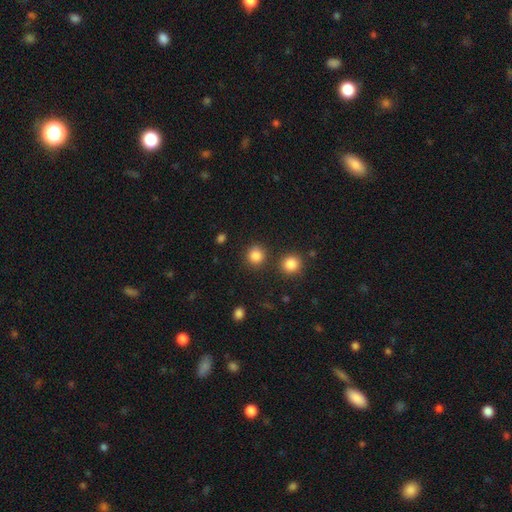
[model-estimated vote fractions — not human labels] Q: Smooth or featured?
A: smooth (85%); runner-up: star or artifact (11%)
Q: How rounded?
A: round (91%); runner-up: in between (8%)
Q: Merging?
A: none (85%); runner-up: minor disturbance (7%)